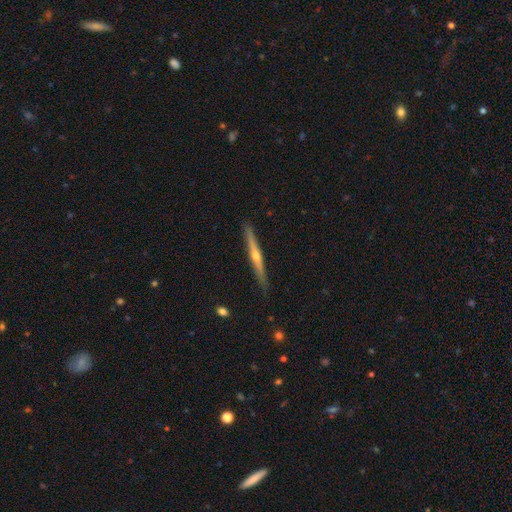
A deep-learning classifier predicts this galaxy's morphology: featured or disk 75%, smooth 19%, star or artifact 5%. Down the decision tree: edge-on disk — yes (98%); edge-on bulge — rounded (85%); merging — none (89%).